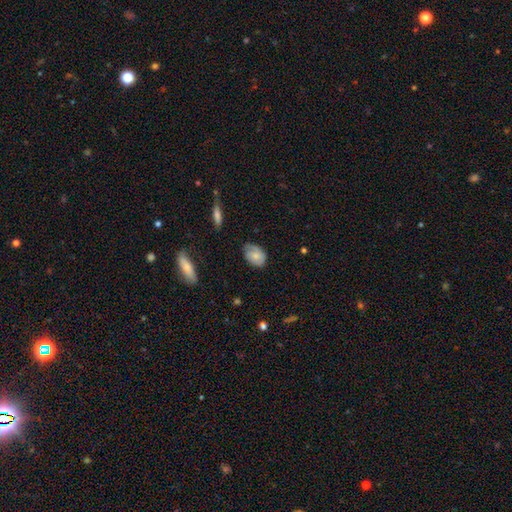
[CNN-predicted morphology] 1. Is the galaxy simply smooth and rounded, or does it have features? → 65% smooth, 27% featured or disk, 7% star or artifact.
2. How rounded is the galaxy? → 78% in between, 21% round, 2% cigar-shaped.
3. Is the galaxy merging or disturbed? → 57% none, 32% minor disturbance, 9% major disturbance, 2% merger.